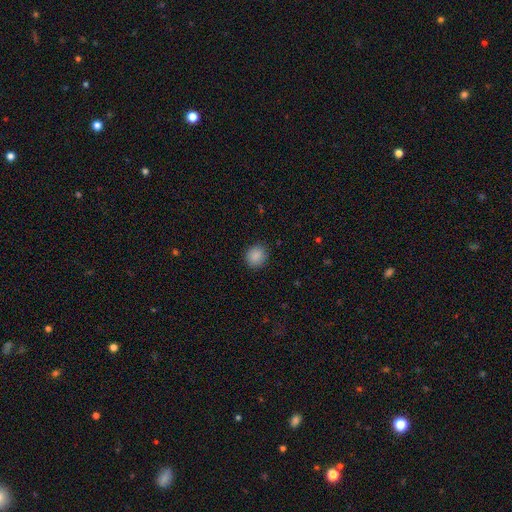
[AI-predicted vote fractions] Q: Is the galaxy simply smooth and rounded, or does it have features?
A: smooth — 88%.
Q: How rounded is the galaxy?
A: round — 79%.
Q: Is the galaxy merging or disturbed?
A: none — 88%.